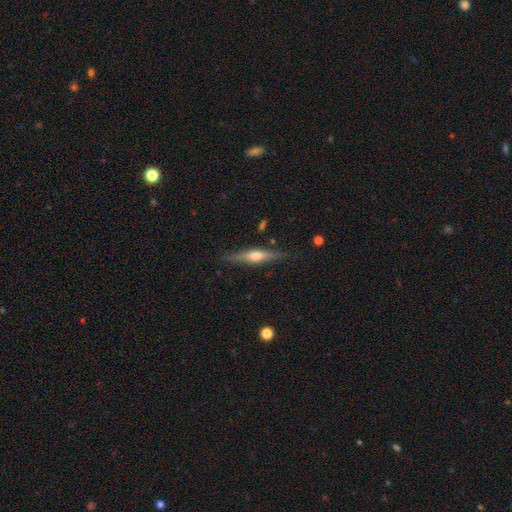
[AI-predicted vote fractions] This appears to be a featured or disk galaxy (67%) viewed edge-on (96%) with a rounded central bulge (87%). Merging: none (86%).